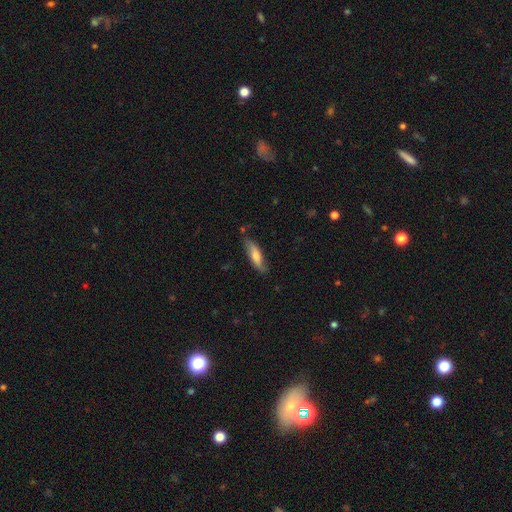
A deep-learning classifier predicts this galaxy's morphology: A smooth galaxy with no disk features (56%) that is cigar-shaped (61%). Merging: none (74%).